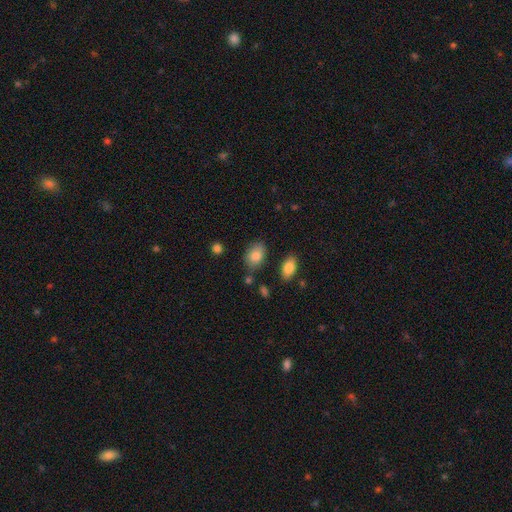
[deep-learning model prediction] Smooth or featured: smooth — 85% (star or artifact — 8%)
How rounded: in between — 84% (round — 15%)
Merging: none — 71% (minor disturbance — 19%)